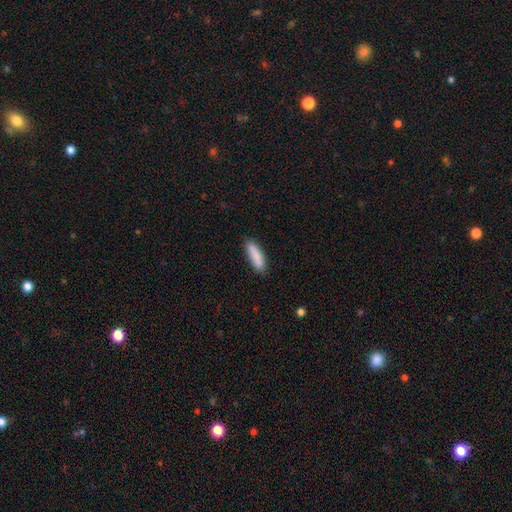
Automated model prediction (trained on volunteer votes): A smooth galaxy with no disk features (87%) that is cigar-shaped (66%).

Vote fractions:
- Smooth or featured? smooth: 87% / featured or disk: 7% / star or artifact: 6%
- How rounded? cigar-shaped: 66% / in between: 33% / round: 1%
- Merging? none: 83% / minor disturbance: 13% / major disturbance: 2% / merger: 2%